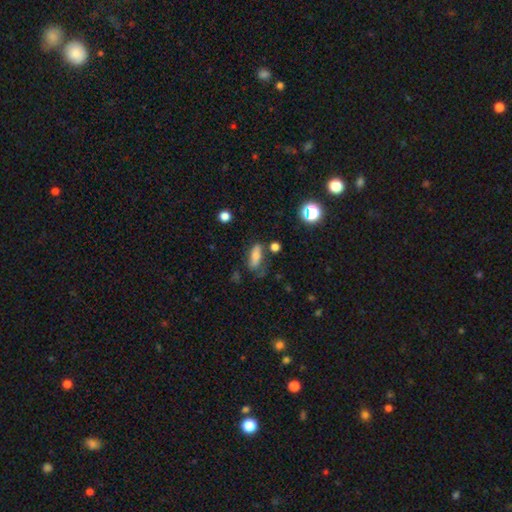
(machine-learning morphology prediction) smooth_or_featured: smooth (p=0.69) [alt: featured or disk p=0.21]
how_rounded: in between (p=0.69) [alt: cigar-shaped p=0.26]
merging: none (p=0.51) [alt: minor disturbance p=0.27]